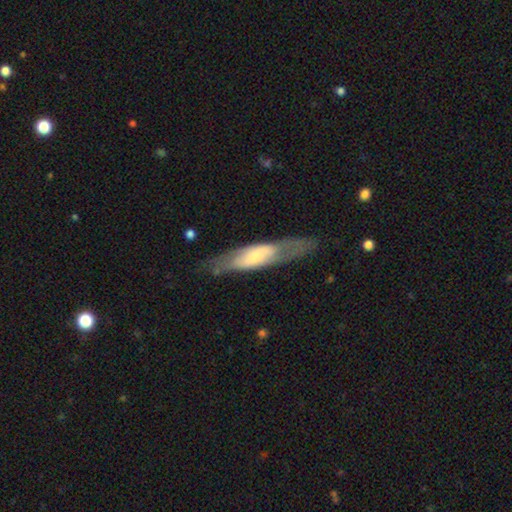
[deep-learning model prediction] Morphology: type=featured or disk (55%); edge-on=no (52%); merging=none (70%).